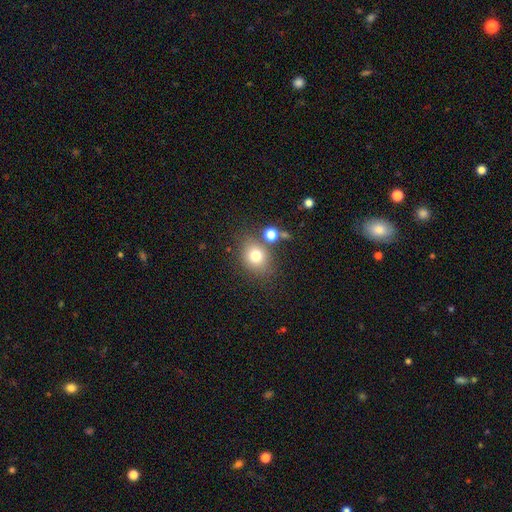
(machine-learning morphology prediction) Smooth or featured? smooth (76%)
How rounded? round (58%)
Merging? none (68%)